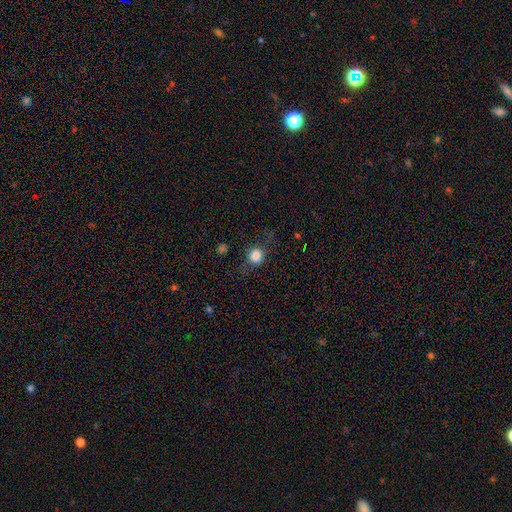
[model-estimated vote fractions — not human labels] Smooth or featured?
  - smooth: 81% *
  - star or artifact: 12%
  - featured or disk: 8%
How rounded?
  - round: 83% *
  - in between: 15%
  - cigar-shaped: 1%
Merging?
  - none: 76% *
  - minor disturbance: 15%
  - major disturbance: 7%
  - merger: 1%